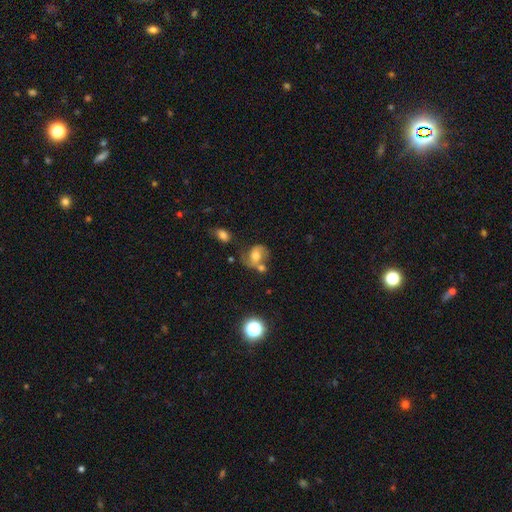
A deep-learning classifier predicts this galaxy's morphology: Overall: featured or disk (53%; smooth 37%). Edge-on disk: no (96%). Bar: no (56%; weak 31%). Spiral arms: yes (78%). Bulge size: moderate (66%). Merging: none (49%; merger 22%).